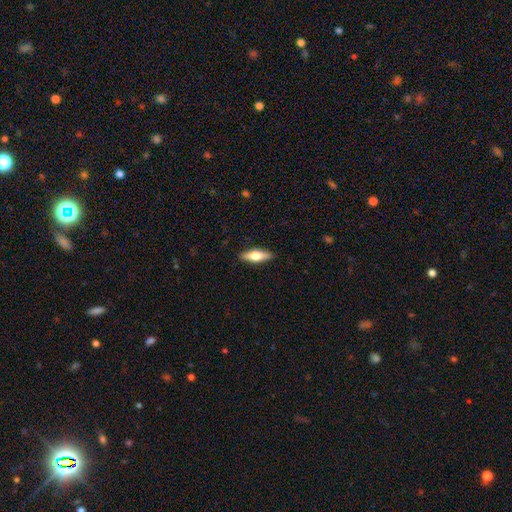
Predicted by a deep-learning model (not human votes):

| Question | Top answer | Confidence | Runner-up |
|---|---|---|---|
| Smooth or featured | smooth | 53% | featured or disk (41%) |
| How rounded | in between | 51% | cigar-shaped (46%) |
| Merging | none | 89% | minor disturbance (8%) |